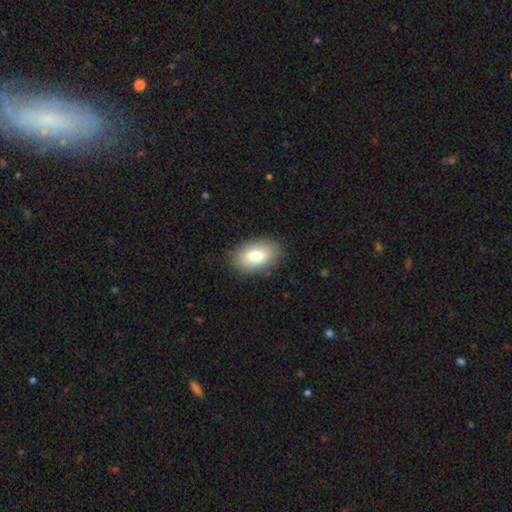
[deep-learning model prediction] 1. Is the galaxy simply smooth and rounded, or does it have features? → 78% smooth, 14% featured or disk, 7% star or artifact.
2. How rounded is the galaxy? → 91% in between, 8% round, 1% cigar-shaped.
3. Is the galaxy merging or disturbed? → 85% none, 11% minor disturbance, 3% major disturbance, 1% merger.